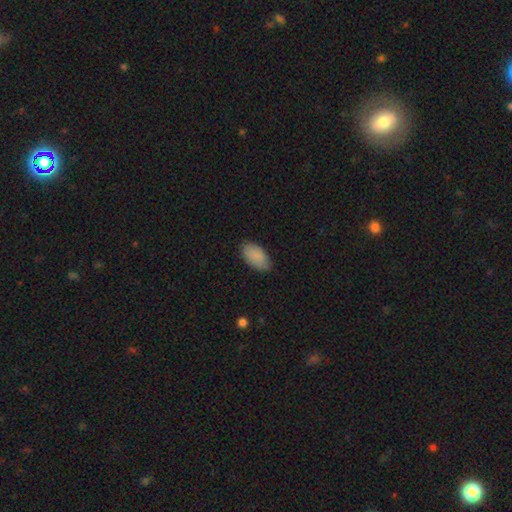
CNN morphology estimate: type=smooth (88%); roundness=in between (95%); merging=none (79%).